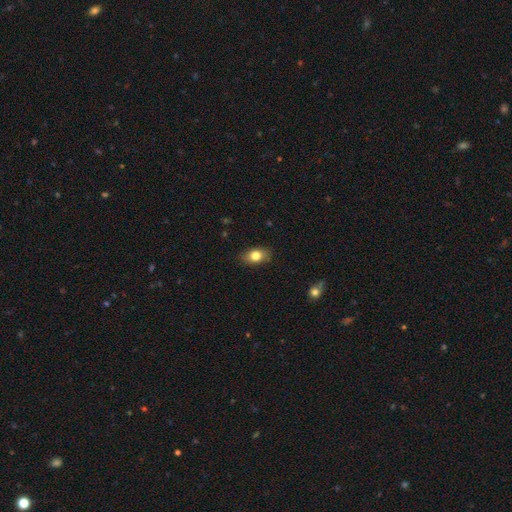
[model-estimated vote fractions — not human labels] This appears to be a smooth galaxy with no disk features (80%) that is in between round and cigar-shaped (80%). Merging: none (84%).